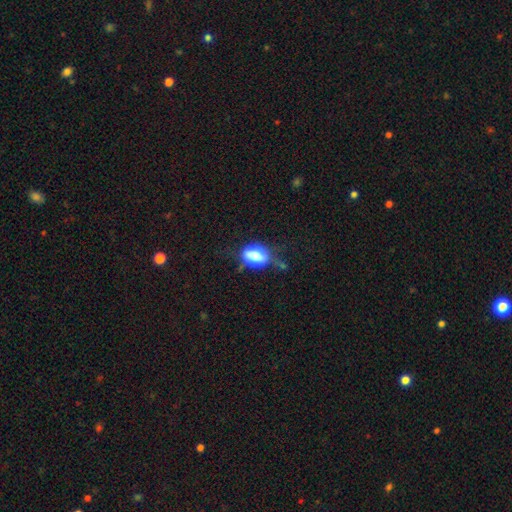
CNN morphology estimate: This is likely a smooth galaxy (74%). How rounded: likely in between (75%). Merging: marginally none (45%).